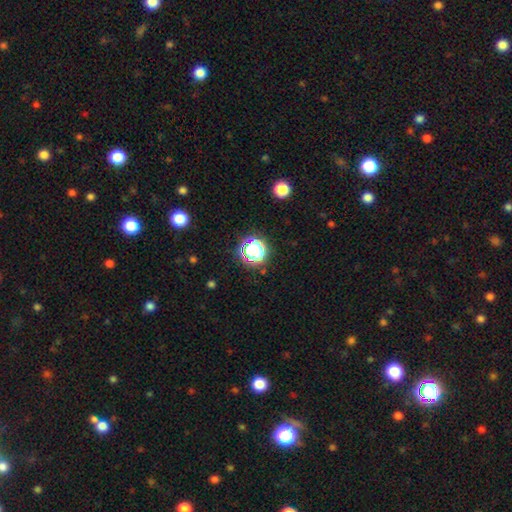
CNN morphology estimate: A star or artifact, not a galaxy (57%).